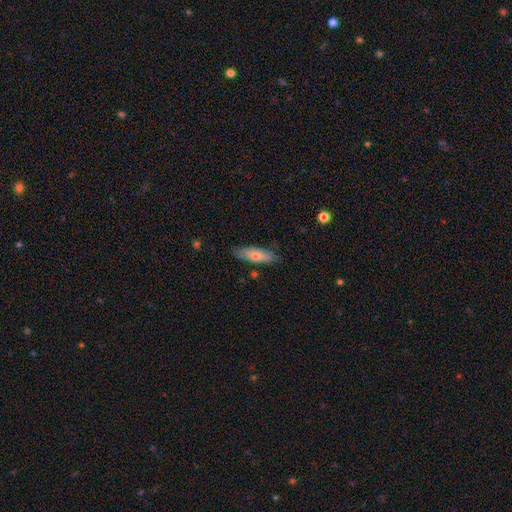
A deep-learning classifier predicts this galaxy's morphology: The model was most divided on "how rounded": in between: 52%, cigar-shaped: 46%, round: 2%. More confident: merging — none (79%); smooth or featured — smooth (66%).